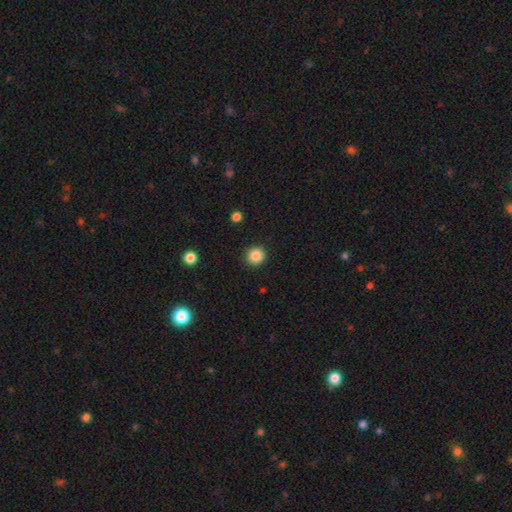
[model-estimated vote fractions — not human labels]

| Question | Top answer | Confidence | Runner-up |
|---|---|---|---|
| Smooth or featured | smooth | 87% | star or artifact (10%) |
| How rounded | round | 92% | in between (7%) |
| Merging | none | 92% | minor disturbance (5%) |